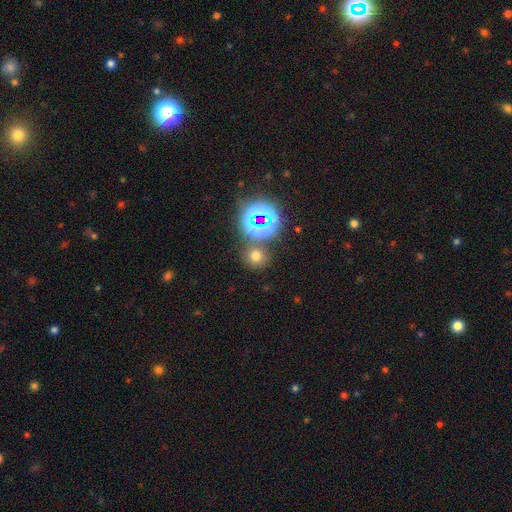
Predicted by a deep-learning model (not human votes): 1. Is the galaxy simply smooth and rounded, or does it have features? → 62% smooth, 30% star or artifact, 8% featured or disk.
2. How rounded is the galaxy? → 84% round, 15% in between, 1% cigar-shaped.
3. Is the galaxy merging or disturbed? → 76% none, 11% merger, 8% minor disturbance, 4% major disturbance.